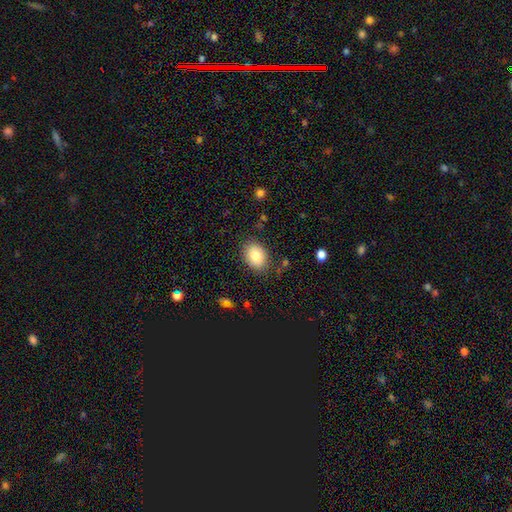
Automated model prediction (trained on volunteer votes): Morphology: type=smooth (82%); roundness=in between (69%); merging=none (84%).